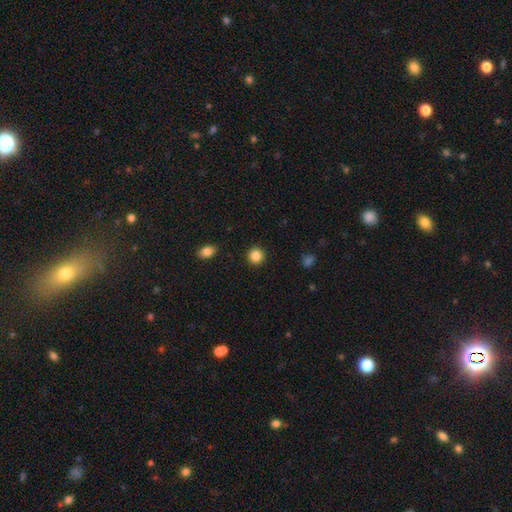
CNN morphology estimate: A smooth galaxy with no disk features (85%) that is round (93%).

Vote fractions:
- Smooth or featured? smooth: 85% / star or artifact: 10% / featured or disk: 4%
- How rounded? round: 93% / in between: 6% / cigar-shaped: 1%
- Merging? none: 92% / minor disturbance: 5% / major disturbance: 2% / merger: 1%